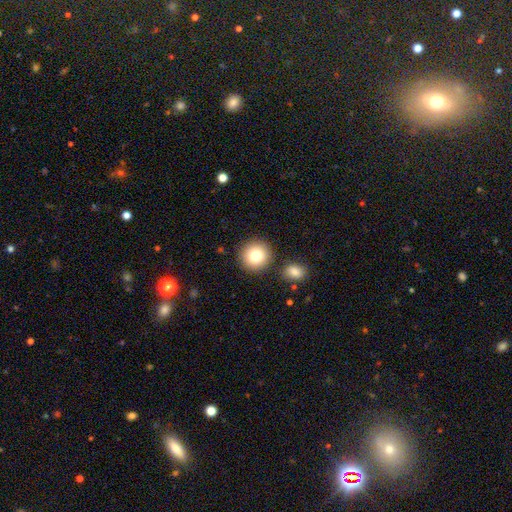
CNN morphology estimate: This is clearly a smooth galaxy (82%). How rounded: clearly round (94%). Merging: clearly none (85%).